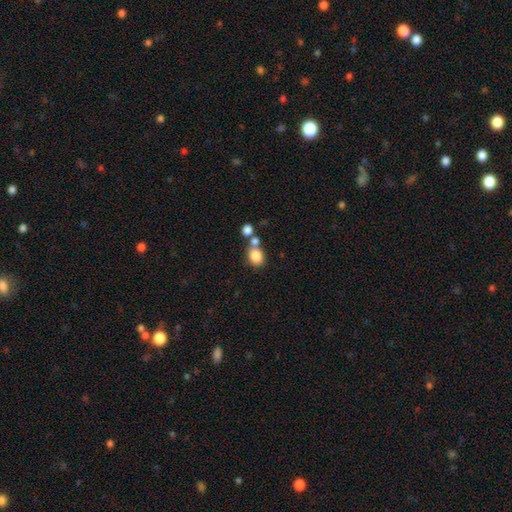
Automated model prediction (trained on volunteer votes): This is clearly a smooth galaxy (83%). How rounded: likely round (62%). Merging: possibly none (50%).